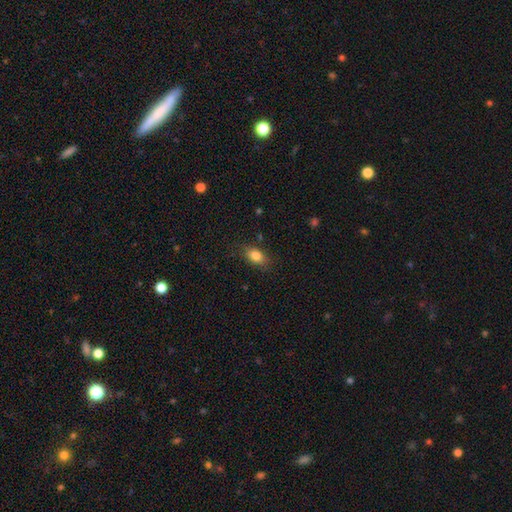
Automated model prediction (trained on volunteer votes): The model was most divided on "merging": none: 81%, minor disturbance: 14%, major disturbance: 3%, merger: 1%. More confident: how rounded — in between (83%); smooth or featured — smooth (83%).